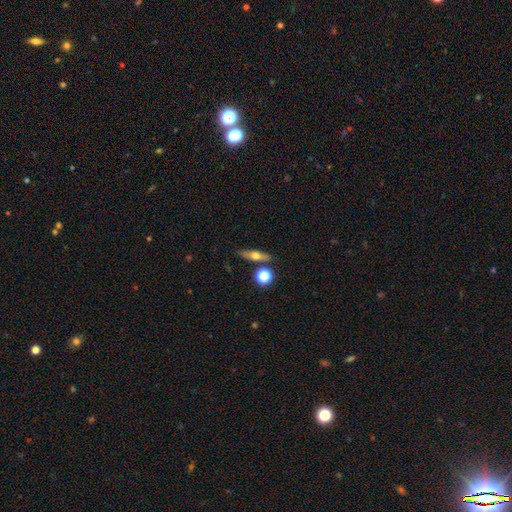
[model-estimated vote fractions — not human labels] Q: Smooth or featured?
A: smooth (47%); runner-up: featured or disk (44%)
Q: Merging?
A: none (81%); runner-up: minor disturbance (9%)